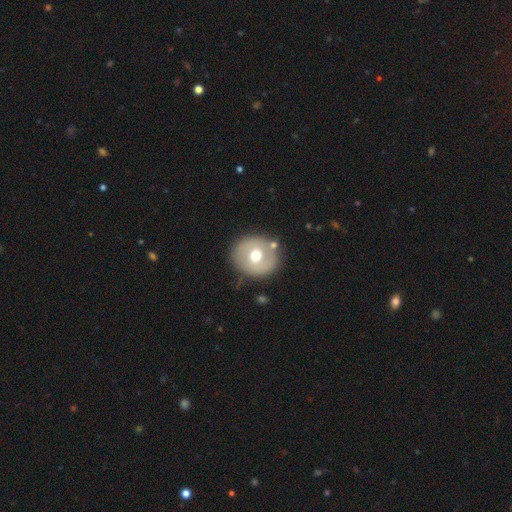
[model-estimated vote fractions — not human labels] A smooth galaxy with no disk features (57%) that is round (89%). Merging: none (80%).